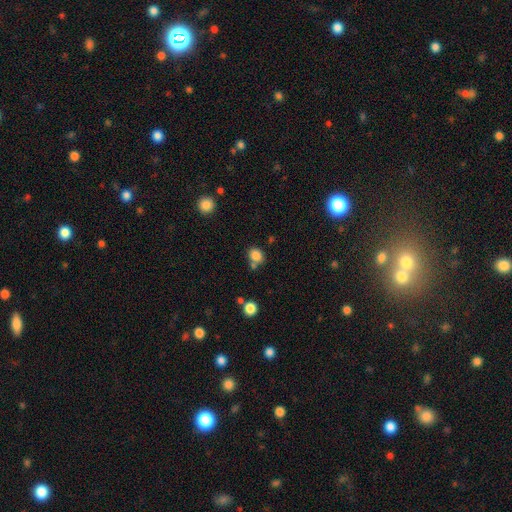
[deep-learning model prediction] This appears to be a smooth galaxy with no disk features (83%) that is round (63%). Merging: none (65%).